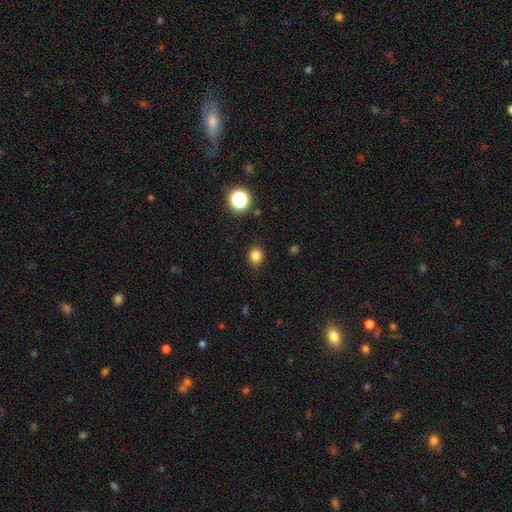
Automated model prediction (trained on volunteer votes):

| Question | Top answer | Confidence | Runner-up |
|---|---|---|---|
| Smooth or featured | smooth | 82% | star or artifact (14%) |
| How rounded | round | 64% | in between (35%) |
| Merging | none | 86% | minor disturbance (10%) |